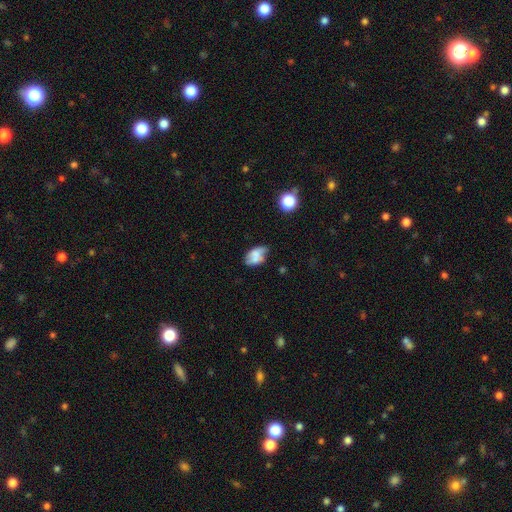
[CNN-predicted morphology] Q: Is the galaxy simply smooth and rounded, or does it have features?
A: smooth — 65%.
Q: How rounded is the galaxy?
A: in between — 87%.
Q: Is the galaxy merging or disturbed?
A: none — 40%.